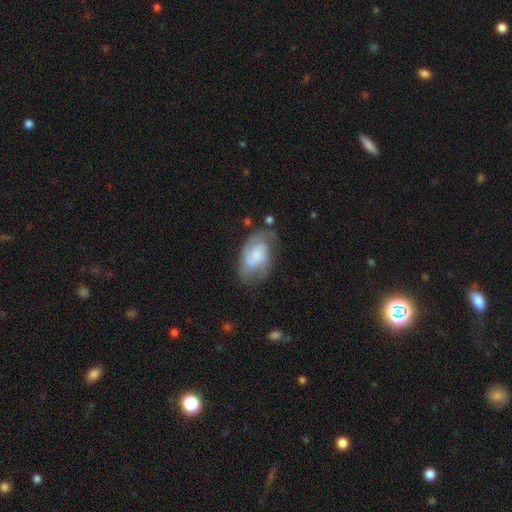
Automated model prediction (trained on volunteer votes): Smooth or featured? featured or disk (65%)
Edge-on disk? no (97%)
Bar? no (60%)
Spiral arms? yes (89%)
Spiral winding? medium (45%)
Spiral arm count? 2 (58%)
Bulge size? small (30%)
Merging? none (53%)